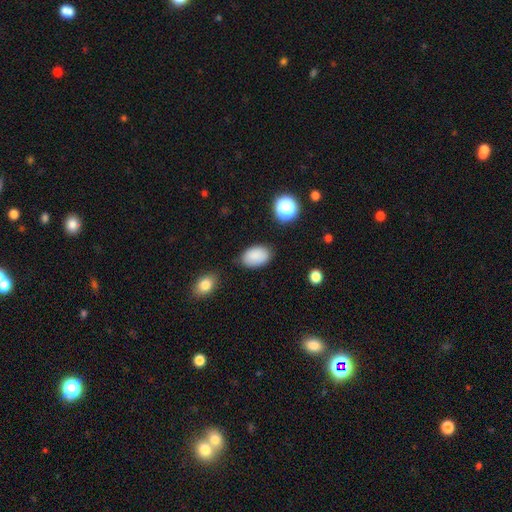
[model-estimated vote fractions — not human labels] A smooth galaxy with no disk features (88%) that is in between round and cigar-shaped (91%). Merging: none (79%).